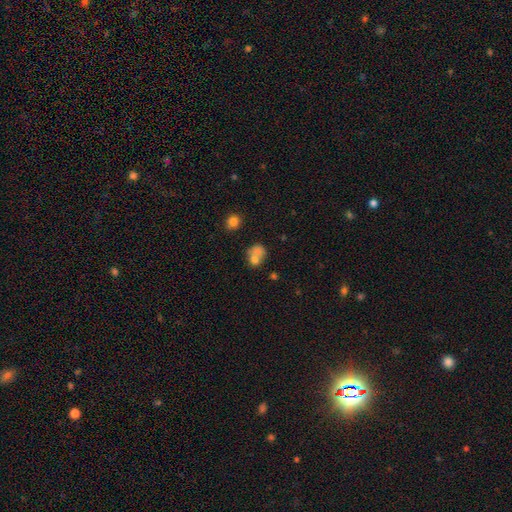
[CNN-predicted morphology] Smooth or featured? Predicted: smooth (p=0.73). How rounded? Predicted: round (p=0.66). Merging? Predicted: merger (p=0.54).